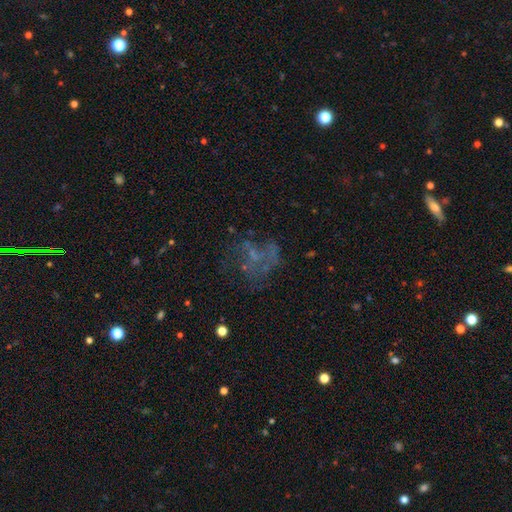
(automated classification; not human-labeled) featured or disk 50%, star or artifact 28%, smooth 23%. Down the decision tree: merging — none (45%).